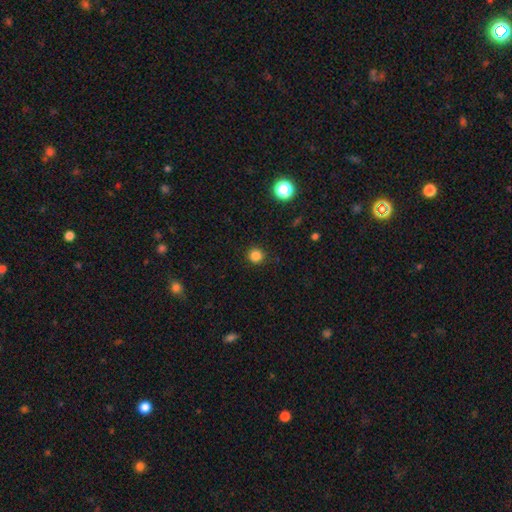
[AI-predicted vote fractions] This is clearly a smooth galaxy (83%). How rounded: clearly round (94%). Merging: clearly none (90%).